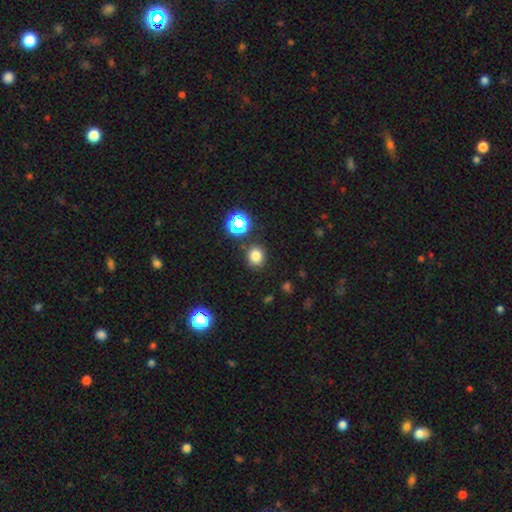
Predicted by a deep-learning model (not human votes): smooth_or_featured: smooth (p=0.77) [alt: star or artifact p=0.18]
how_rounded: round (p=0.79) [alt: in between p=0.20]
merging: none (p=0.86) [alt: minor disturbance p=0.08]